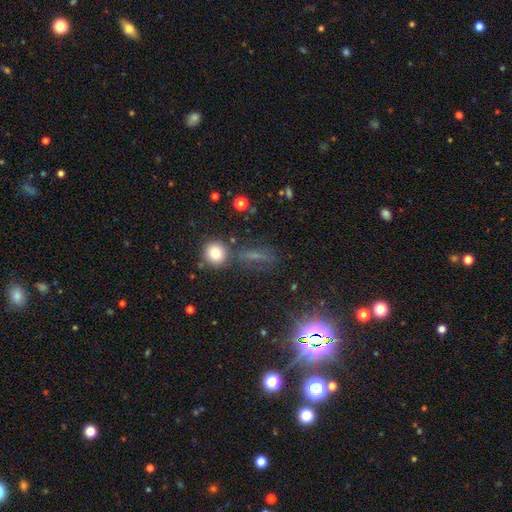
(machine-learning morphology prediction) Overall: smooth (43%; star or artifact 36%). Merging: none (66%).